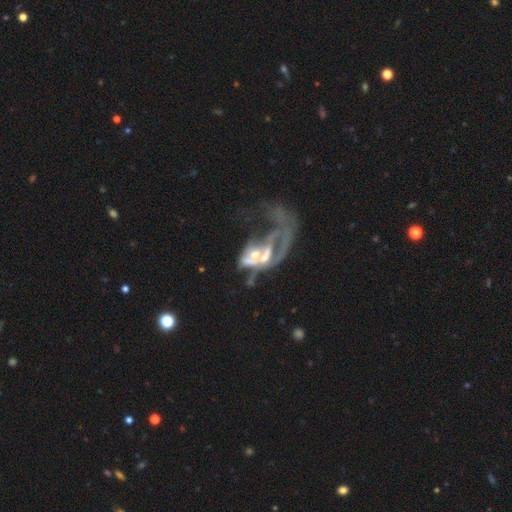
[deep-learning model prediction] This is likely a featured or disk galaxy (70%). It is clearly not viewed edge-on (94%). Bar: likely no (72%). Spiral arm pattern: likely no (61%). Central bulge: possibly moderate (54%). Merging: possibly merger (59%).